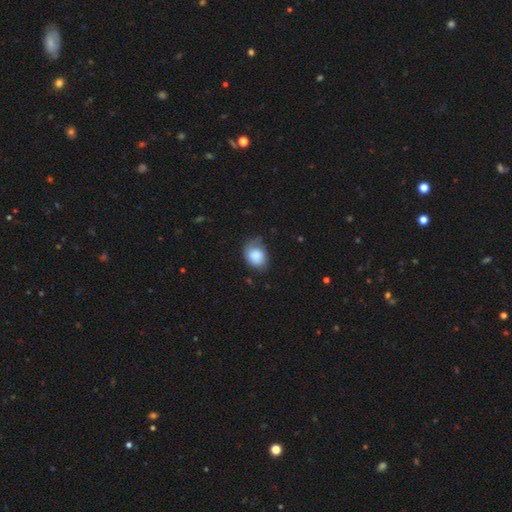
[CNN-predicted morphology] type=smooth (82%); roundness=in between (63%); merging=none (50%).